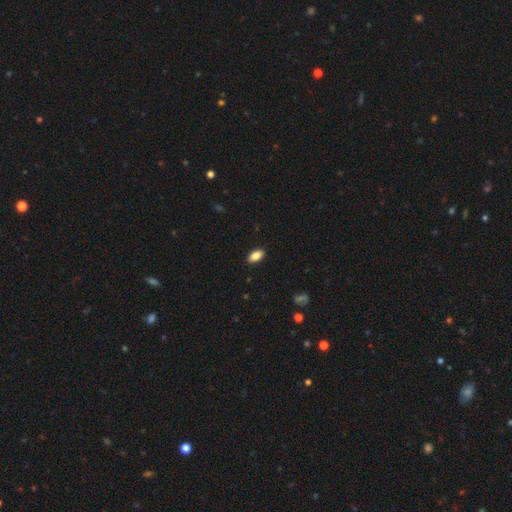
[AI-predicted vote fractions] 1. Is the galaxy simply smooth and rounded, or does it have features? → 85% smooth, 8% star or artifact, 7% featured or disk.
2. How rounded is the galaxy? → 92% in between, 5% cigar-shaped, 3% round.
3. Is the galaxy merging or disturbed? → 89% none, 8% minor disturbance, 2% major disturbance, 1% merger.